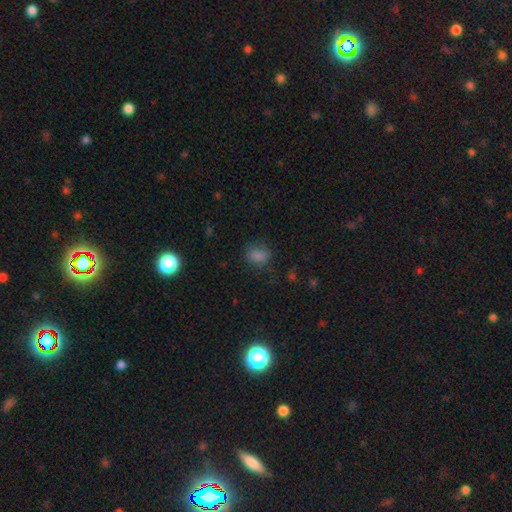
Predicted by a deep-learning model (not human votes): Overall: smooth (76%). How rounded: in between (55%; round 44%). Merging: none (76%).